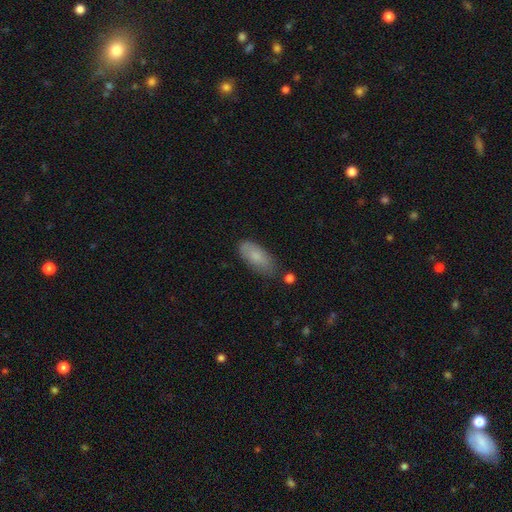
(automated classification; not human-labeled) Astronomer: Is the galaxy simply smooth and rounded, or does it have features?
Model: smooth — 80%.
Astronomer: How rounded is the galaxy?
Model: in between — 82%.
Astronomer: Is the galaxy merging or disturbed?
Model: none — 69%.